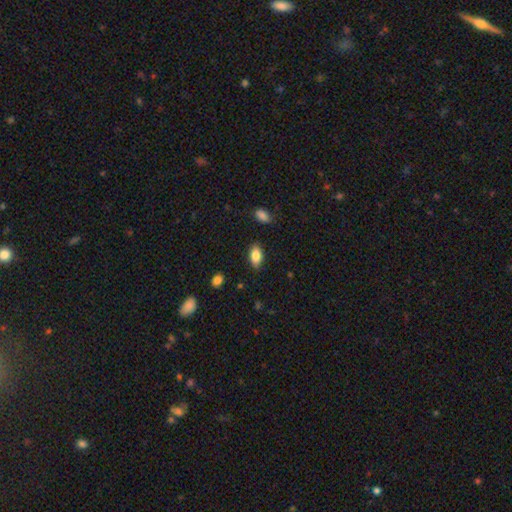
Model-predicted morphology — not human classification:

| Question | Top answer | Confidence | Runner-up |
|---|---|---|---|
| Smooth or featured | smooth | 83% | featured or disk (9%) |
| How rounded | in between | 91% | round (5%) |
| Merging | none | 86% | minor disturbance (10%) |